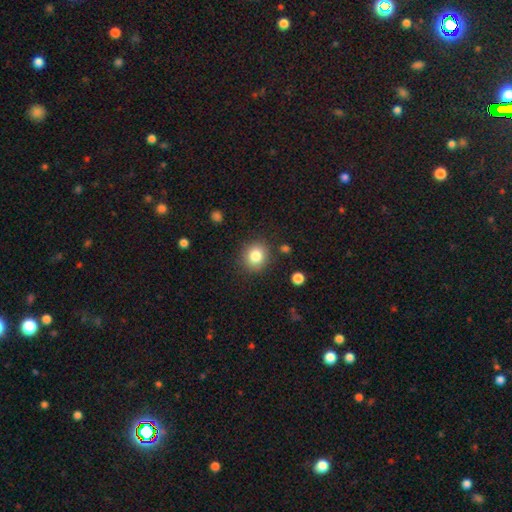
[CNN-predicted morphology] type=smooth (82%); roundness=round (83%); merging=none (86%).